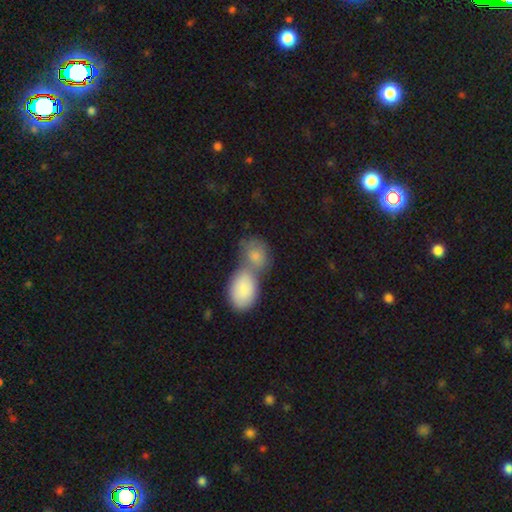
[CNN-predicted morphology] Smooth or featured?
  - smooth: 75% *
  - featured or disk: 18%
  - star or artifact: 7%
How rounded?
  - in between: 58% *
  - round: 40%
  - cigar-shaped: 2%
Merging?
  - merger: 66% *
  - none: 23%
  - minor disturbance: 8%
  - major disturbance: 4%